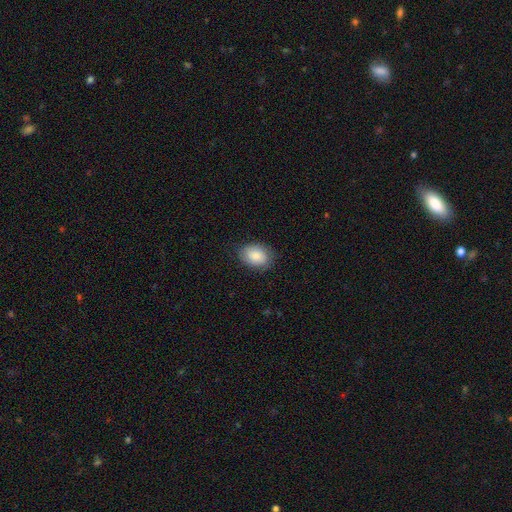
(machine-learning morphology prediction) type=smooth (87%); roundness=in between (72%); merging=none (83%).